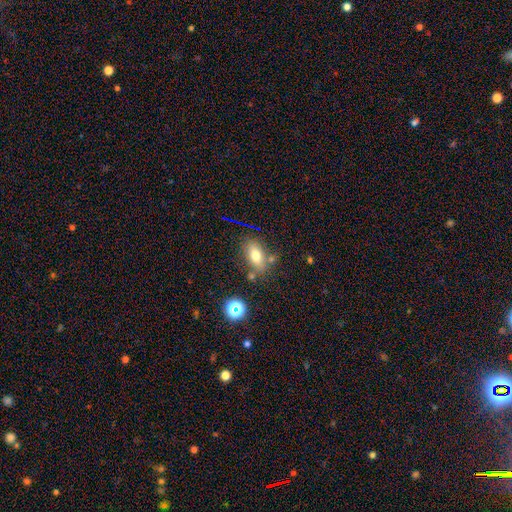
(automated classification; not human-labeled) This is likely a smooth galaxy (71%). How rounded: clearly in between (82%). Merging: likely none (70%).